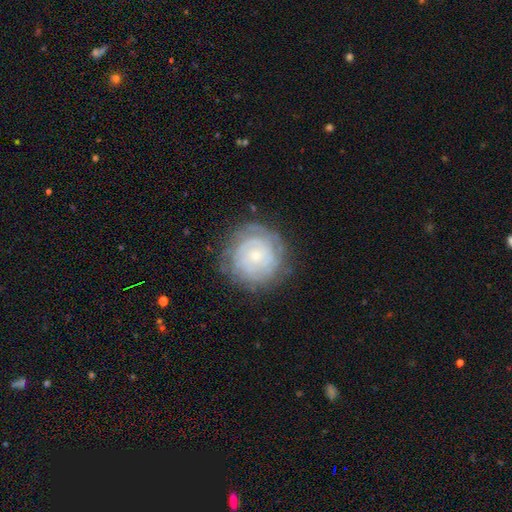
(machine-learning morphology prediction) The model was most divided on "spiral arm count": can't tell: 50%, 2: 19%, 3: 13%, 4: 8%, 1: 5%, more than 4: 5%. More confident: edge-on disk — no (98%); spiral arms — yes (88%); spiral winding — tight (80%); merging — none (78%); bar — no (76%); smooth or featured — featured or disk (70%); bulge size — small (67%).